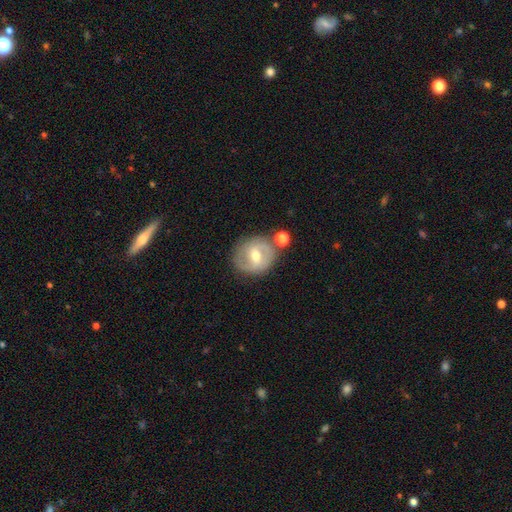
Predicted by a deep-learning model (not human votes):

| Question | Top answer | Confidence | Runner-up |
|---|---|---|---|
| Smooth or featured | featured or disk | 68% | smooth (25%) |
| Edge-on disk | no | 96% | yes (4%) |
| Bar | weak | 53% | no (24%) |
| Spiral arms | yes | 79% | no (21%) |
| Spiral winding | medium | 46% | tight (38%) |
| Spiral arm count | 2 | 77% | can't tell (14%) |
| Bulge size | moderate | 69% | small (24%) |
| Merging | none | 72% | minor disturbance (15%) |